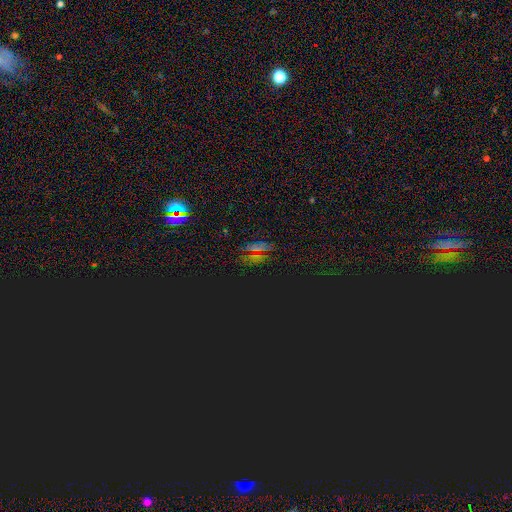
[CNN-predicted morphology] A star or artifact, not a galaxy (69%).